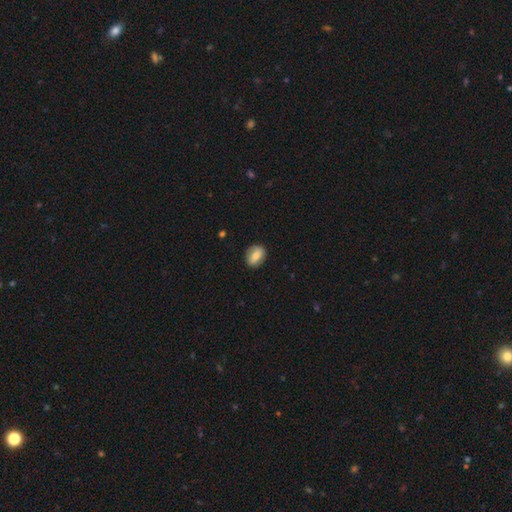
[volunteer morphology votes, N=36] This is likely a smooth galaxy (78%). How rounded: possibly round (50%, tied with in between). Merging: clearly none (91%).